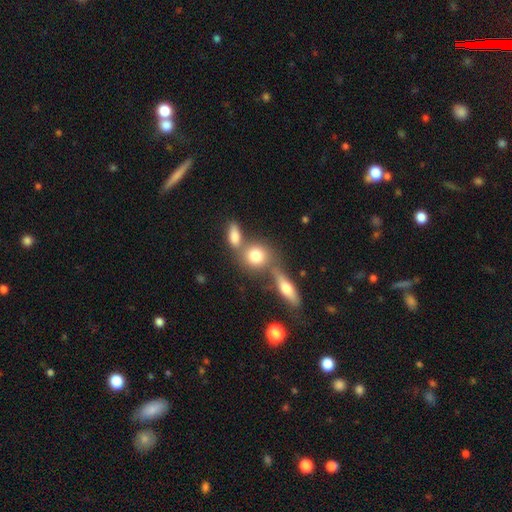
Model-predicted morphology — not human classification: Smooth or featured? Predicted: smooth (p=0.76). How rounded? Predicted: round (p=0.66). Merging? Predicted: none (p=0.46).